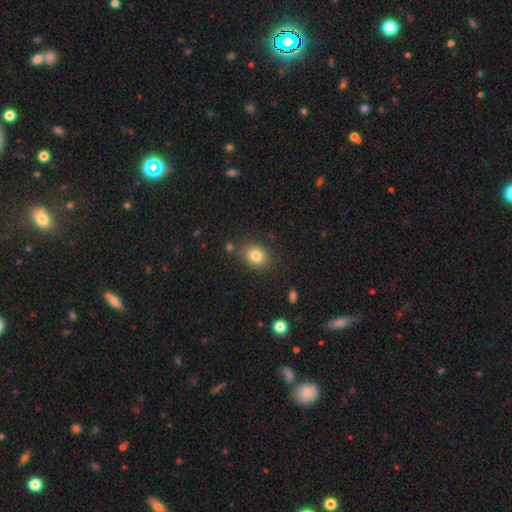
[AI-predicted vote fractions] A smooth galaxy with no disk features (82%) that is in between round and cigar-shaped (52%). Merging: none (82%).